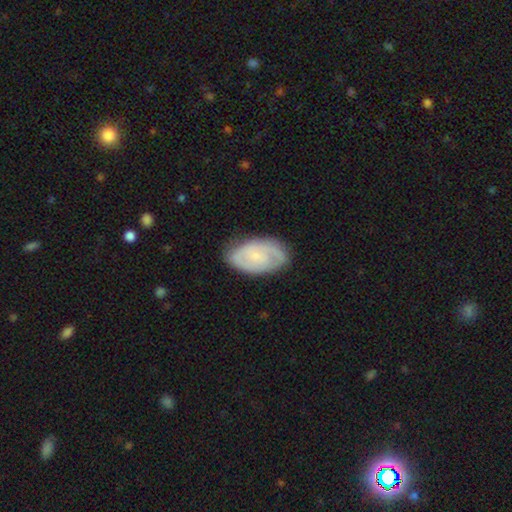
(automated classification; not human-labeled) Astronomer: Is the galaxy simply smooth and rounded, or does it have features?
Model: featured or disk — 60%.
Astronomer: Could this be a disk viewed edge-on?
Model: no — 96%.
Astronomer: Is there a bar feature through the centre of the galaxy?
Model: no — 61%.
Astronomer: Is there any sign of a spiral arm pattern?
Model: yes — 84%.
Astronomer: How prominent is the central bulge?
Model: small — 62%.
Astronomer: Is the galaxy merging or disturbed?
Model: none — 76%.